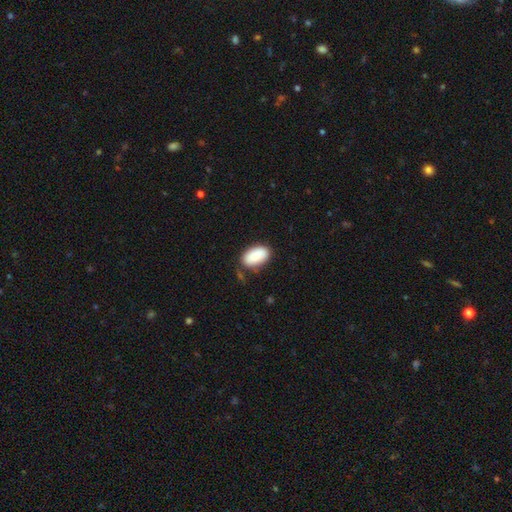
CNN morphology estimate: This appears to be a smooth galaxy with no disk features (88%) that is in between round and cigar-shaped (95%). Merging: none (78%).